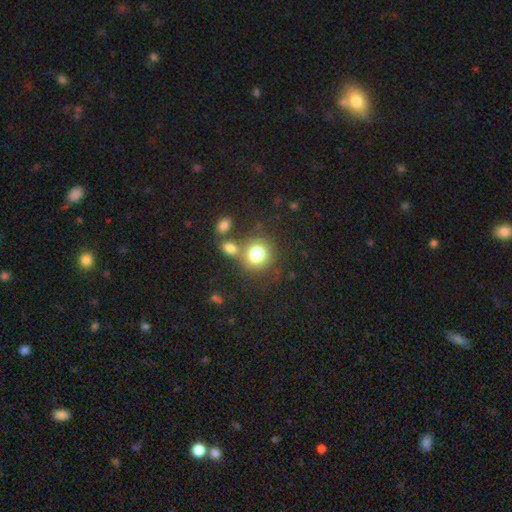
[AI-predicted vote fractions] The model was most divided on "merging": none: 63%, merger: 22%, minor disturbance: 10%, major disturbance: 5%. More confident: how rounded — round (83%); smooth or featured — smooth (79%).